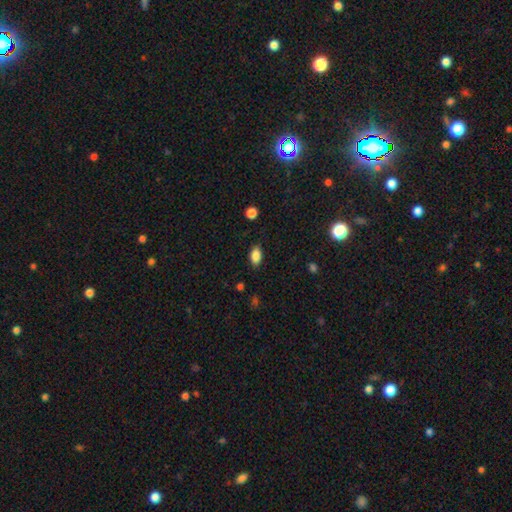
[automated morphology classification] The model was most divided on "merging": none: 85%, minor disturbance: 12%, major disturbance: 3%, merger: 1%. More confident: how rounded — in between (90%); smooth or featured — smooth (86%).